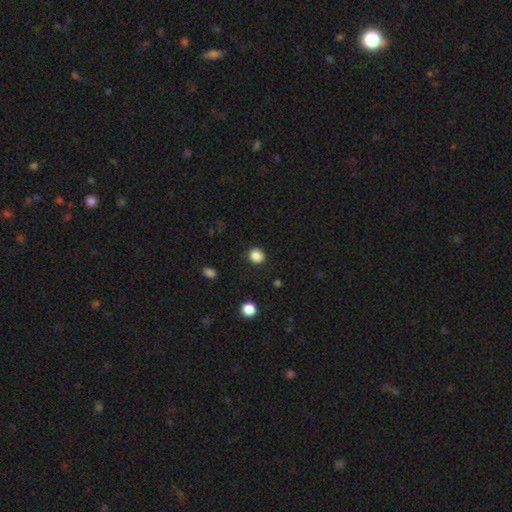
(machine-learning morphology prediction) This is clearly a smooth galaxy (87%). How rounded: clearly round (84%). Merging: clearly none (90%).